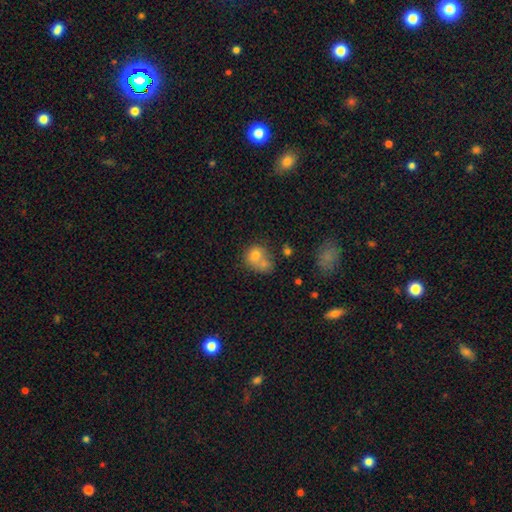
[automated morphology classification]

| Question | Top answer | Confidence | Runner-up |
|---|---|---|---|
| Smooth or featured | smooth | 73% | featured or disk (16%) |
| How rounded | round | 65% | in between (34%) |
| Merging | merger | 53% | none (29%) |